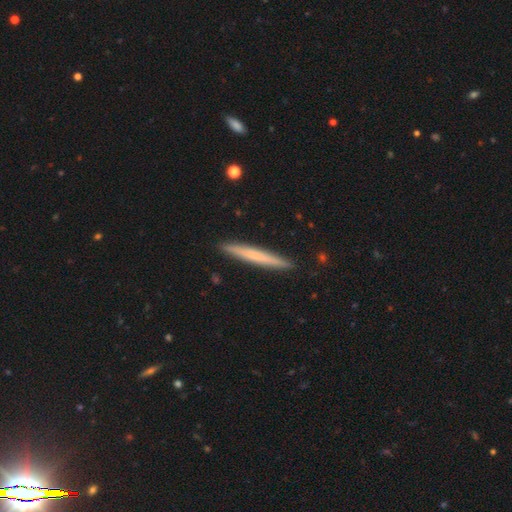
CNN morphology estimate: Smooth or featured? Predicted: smooth (p=0.60). How rounded? Predicted: cigar-shaped (p=0.97). Merging? Predicted: none (p=0.92).